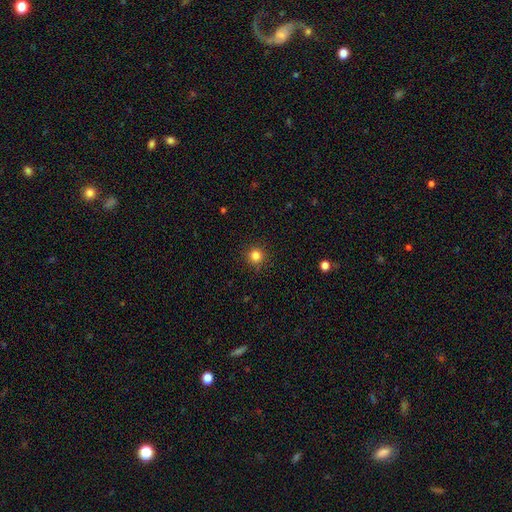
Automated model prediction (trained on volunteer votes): Smooth or featured: smooth — 83% (star or artifact — 13%)
How rounded: round — 94% (in between — 5%)
Merging: none — 91% (minor disturbance — 6%)